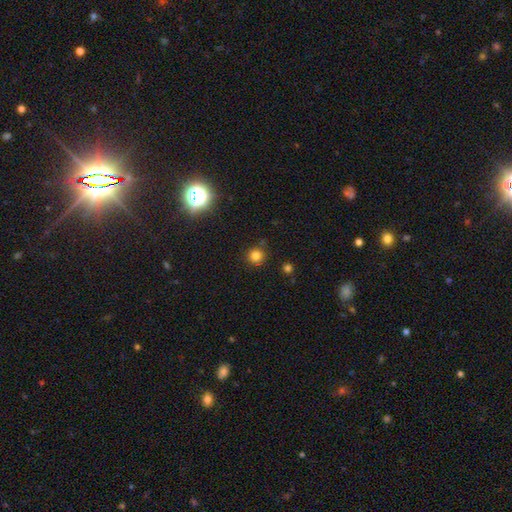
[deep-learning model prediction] This is clearly a smooth galaxy (80%). How rounded: clearly round (94%). Merging: clearly none (86%).